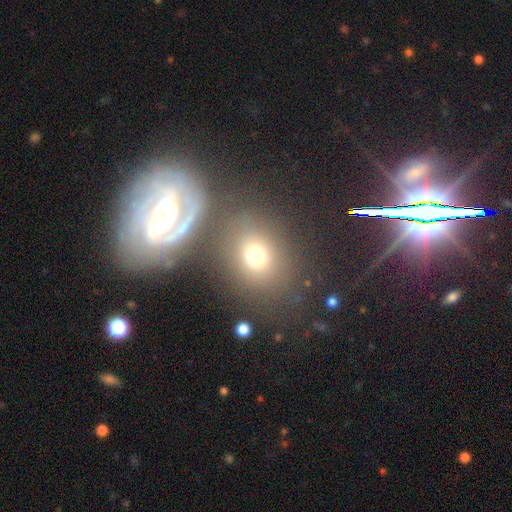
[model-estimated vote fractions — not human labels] A smooth galaxy with no disk features (72%) that is round (64%).

Vote fractions:
- Smooth or featured? smooth: 72% / star or artifact: 15% / featured or disk: 14%
- How rounded? round: 64% / in between: 34% / cigar-shaped: 2%
- Merging? none: 68% / merger: 14% / minor disturbance: 11% / major disturbance: 7%